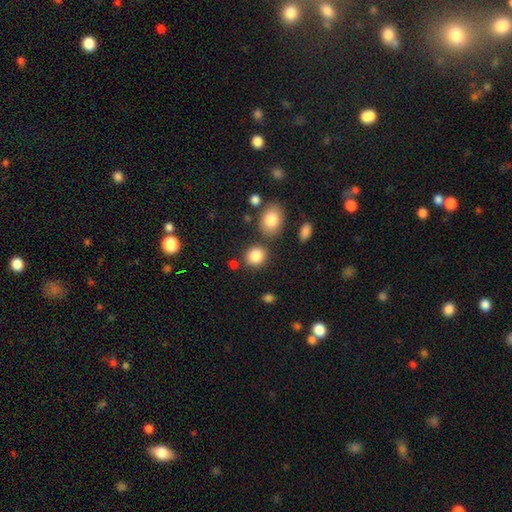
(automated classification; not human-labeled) Smooth or featured: smooth — 85% (star or artifact — 9%)
How rounded: round — 72% (in between — 27%)
Merging: none — 77% (minor disturbance — 10%)